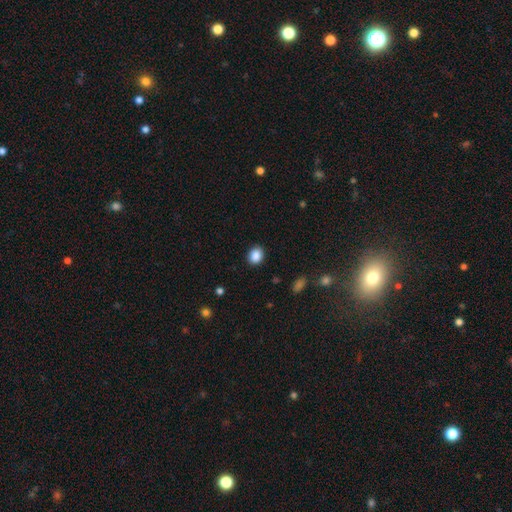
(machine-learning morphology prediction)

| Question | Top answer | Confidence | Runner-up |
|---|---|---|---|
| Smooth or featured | smooth | 88% | star or artifact (9%) |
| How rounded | round | 58% | in between (41%) |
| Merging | none | 90% | minor disturbance (7%) |